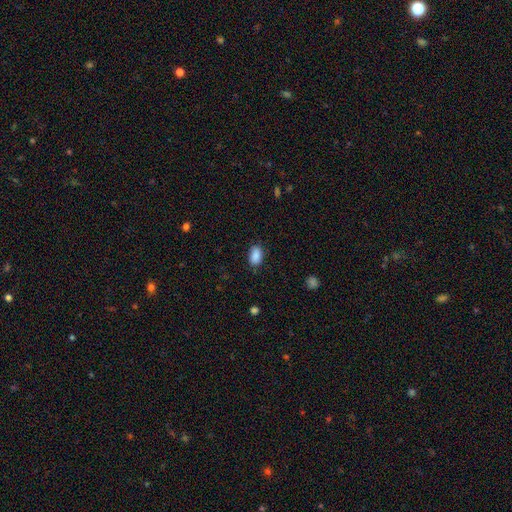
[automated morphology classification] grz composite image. It shows a smooth galaxy with no disk features (89%) that is in between round and cigar-shaped (89%). Merging: none (81%).